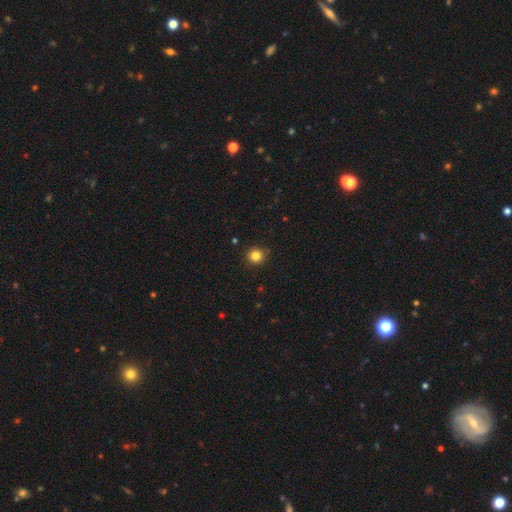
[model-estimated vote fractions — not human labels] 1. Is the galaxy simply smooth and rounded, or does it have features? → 83% smooth, 12% star or artifact, 5% featured or disk.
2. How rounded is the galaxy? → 92% round, 7% in between, 1% cigar-shaped.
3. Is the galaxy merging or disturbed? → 89% none, 8% minor disturbance, 2% major disturbance, 1% merger.